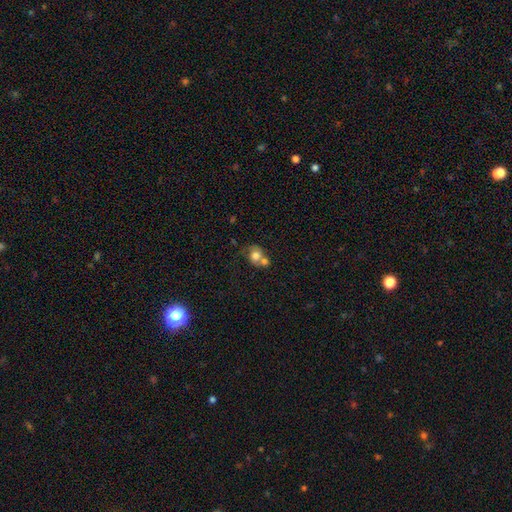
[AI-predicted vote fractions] smooth-or-featured: smooth: 72% | featured or disk: 19% | star or artifact: 9%
  how-rounded: round: 70% | in between: 29% | cigar-shaped: 1%
  merging: merger: 56% | none: 28% | minor disturbance: 10% | major disturbance: 6%